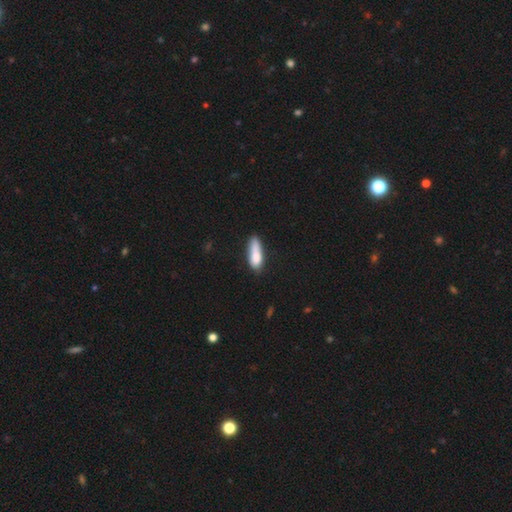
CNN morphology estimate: type=smooth (79%); roundness=cigar-shaped (52%); merging=none (54%).